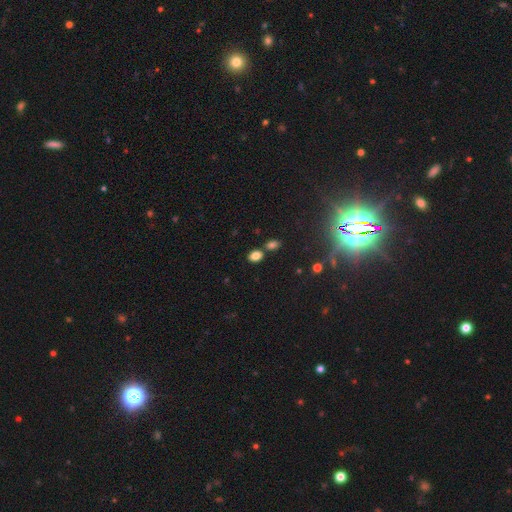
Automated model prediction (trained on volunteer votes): The model was most divided on "merging": none: 62%, merger: 23%, minor disturbance: 11%, major disturbance: 3%. More confident: smooth or featured — smooth (81%); how rounded — in between (77%).